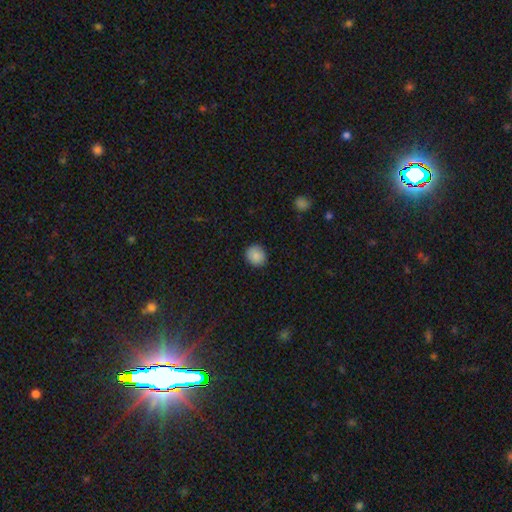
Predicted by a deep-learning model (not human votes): The model was most divided on "how rounded": round: 82%, in between: 17%, cigar-shaped: 1%. More confident: merging — none (89%); smooth or featured — smooth (87%).